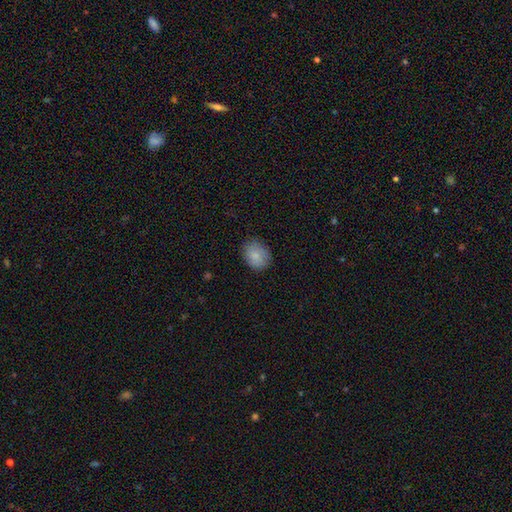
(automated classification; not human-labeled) Smooth or featured? Predicted: smooth (p=0.84). How rounded? Predicted: in between (p=0.54). Merging? Predicted: none (p=0.80).